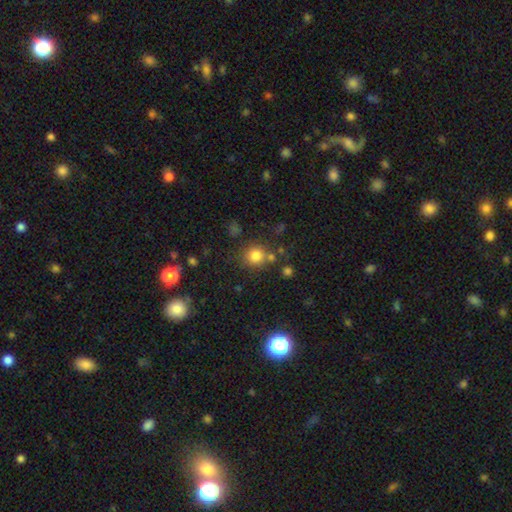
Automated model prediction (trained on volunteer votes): A smooth galaxy with no disk features (80%) that is round (89%). Merging: none (74%).